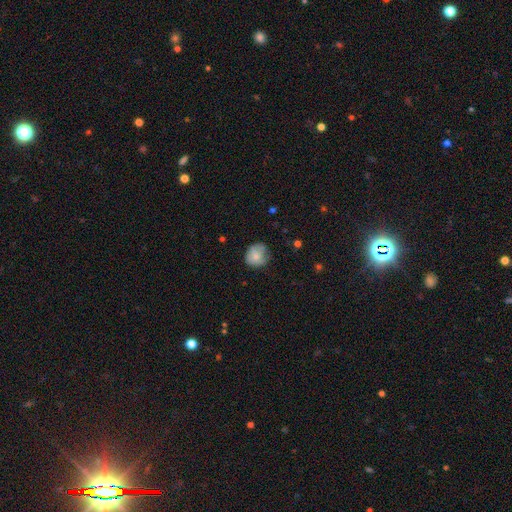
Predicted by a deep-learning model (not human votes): The model was most divided on "merging": none: 60%, minor disturbance: 28%, major disturbance: 10%, merger: 1%. More confident: how rounded — round (79%); smooth or featured — smooth (72%).